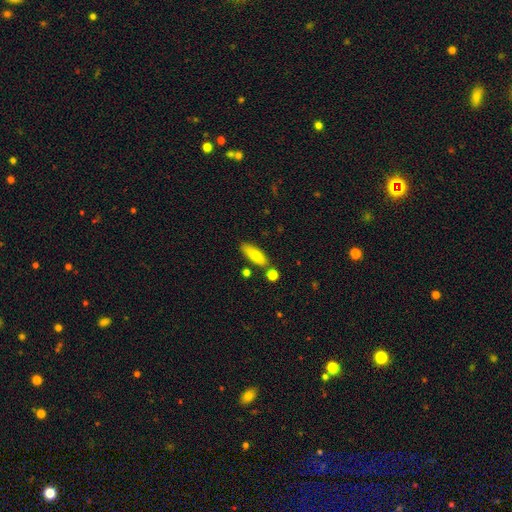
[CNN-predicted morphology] Smooth or featured? Predicted: smooth (p=0.80). How rounded? Predicted: in between (p=0.54). Merging? Predicted: none (p=0.74).